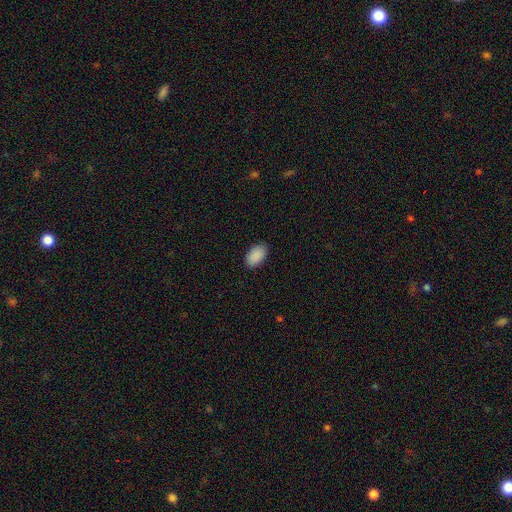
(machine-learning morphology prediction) A smooth galaxy with no disk features (91%) that is in between round and cigar-shaped (94%).

Vote fractions:
- Smooth or featured? smooth: 91% / star or artifact: 7% / featured or disk: 3%
- How rounded? in between: 94% / round: 4% / cigar-shaped: 1%
- Merging? none: 88% / minor disturbance: 9% / major disturbance: 2% / merger: 1%